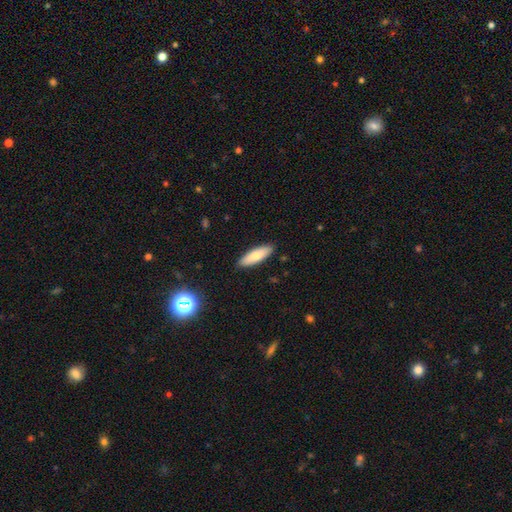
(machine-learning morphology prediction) smooth 77%, featured or disk 17%, star or artifact 6%. Down the decision tree: how rounded — in between (53%); merging — none (89%).